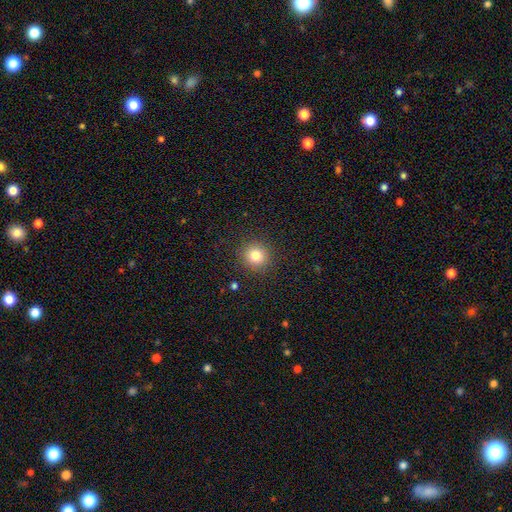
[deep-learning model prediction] A smooth galaxy with no disk features (81%) that is round (92%).

Vote fractions:
- Smooth or featured? smooth: 81% / star or artifact: 12% / featured or disk: 7%
- How rounded? round: 92% / in between: 7% / cigar-shaped: 1%
- Merging? none: 91% / minor disturbance: 6% / major disturbance: 2% / merger: 1%